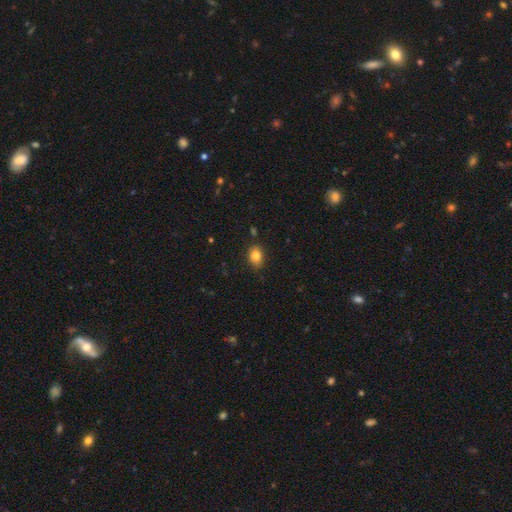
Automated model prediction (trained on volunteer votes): smooth 84%, star or artifact 10%, featured or disk 6%. Down the decision tree: how rounded — in between (67%); merging — none (83%).